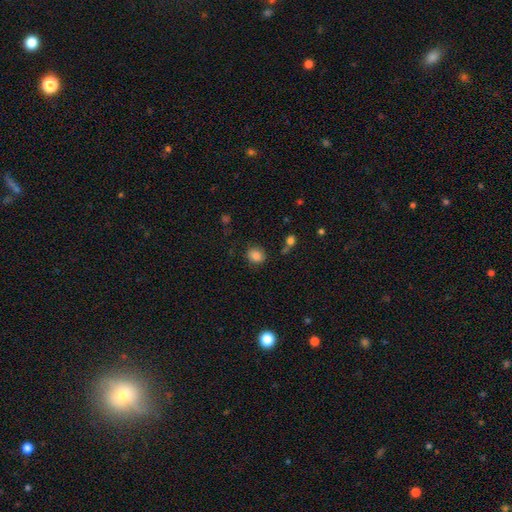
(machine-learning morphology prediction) Smooth or featured? smooth (85%)
How rounded? round (67%)
Merging? none (79%)